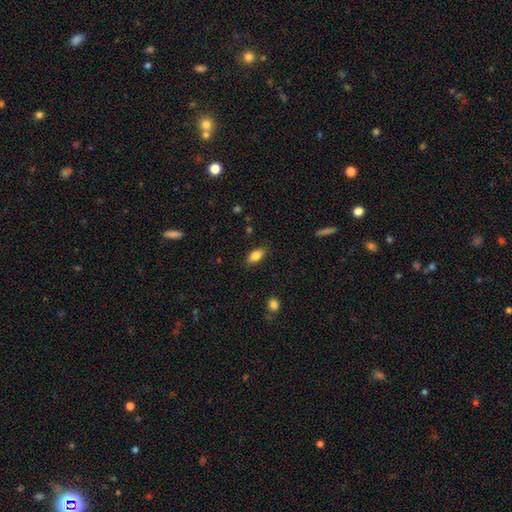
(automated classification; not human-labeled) Smooth or featured? smooth (83%)
How rounded? in between (87%)
Merging? none (85%)